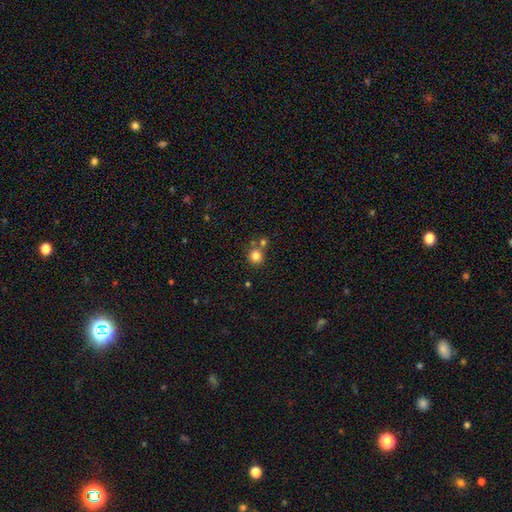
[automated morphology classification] Q: Smooth or featured?
A: smooth (82%); runner-up: star or artifact (12%)
Q: How rounded?
A: round (91%); runner-up: in between (8%)
Q: Merging?
A: none (68%); runner-up: merger (21%)